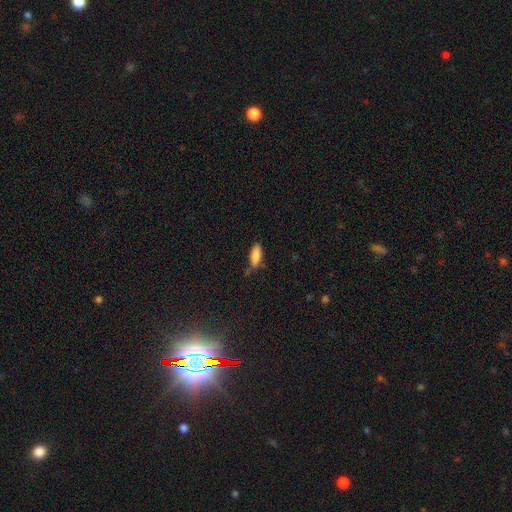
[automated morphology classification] smooth-or-featured: smooth: 85% | featured or disk: 8% | star or artifact: 7%
  how-rounded: in between: 68% | cigar-shaped: 30% | round: 2%
  merging: none: 68% | minor disturbance: 23% | major disturbance: 5% | merger: 4%